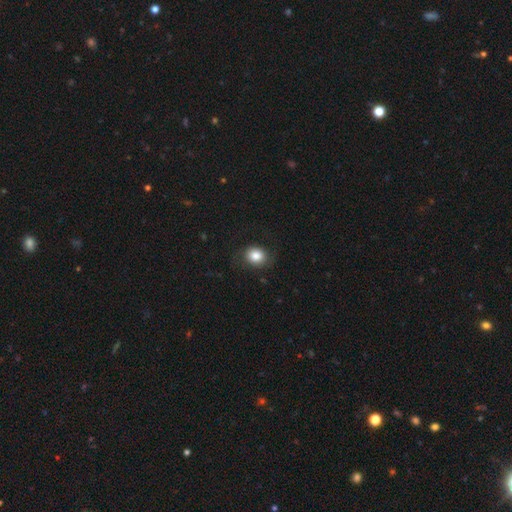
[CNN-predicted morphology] A smooth galaxy with no disk features (85%) that is round (64%).

Vote fractions:
- Smooth or featured? smooth: 85% / star or artifact: 9% / featured or disk: 7%
- How rounded? round: 64% / in between: 35% / cigar-shaped: 1%
- Merging? none: 80% / minor disturbance: 14% / major disturbance: 5% / merger: 1%